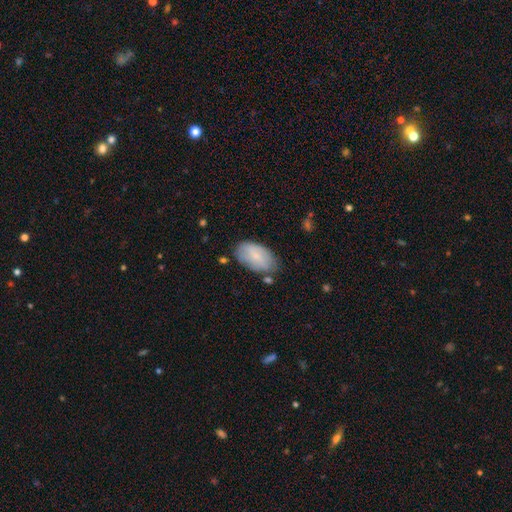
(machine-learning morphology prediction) The model was most divided on "smooth or featured": smooth: 69%, featured or disk: 24%, star or artifact: 6%. More confident: how rounded — in between (94%); merging — none (69%).